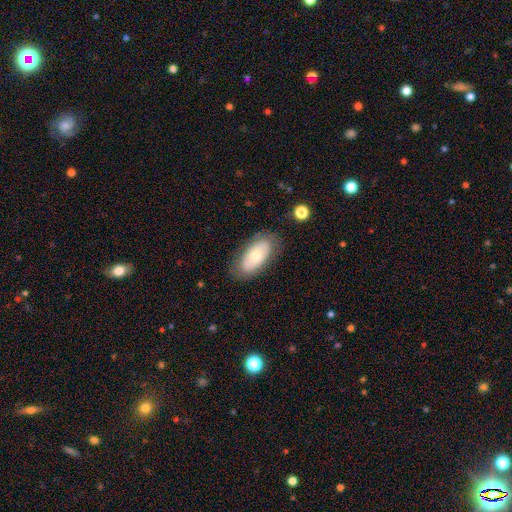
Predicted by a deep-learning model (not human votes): smooth 57%, featured or disk 36%, star or artifact 7%. Down the decision tree: how rounded — in between (92%); merging — none (78%).